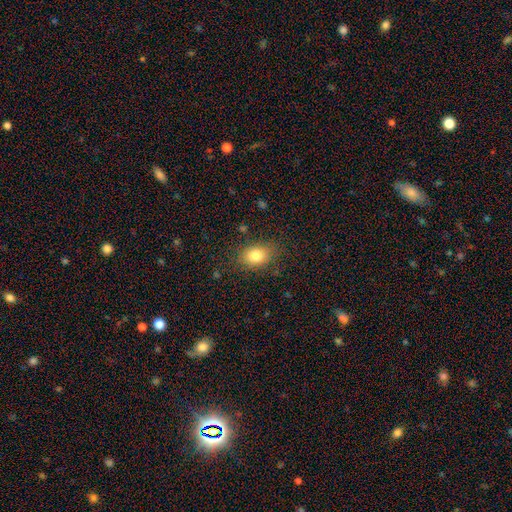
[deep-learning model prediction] Q: Smooth or featured?
A: smooth (81%); runner-up: star or artifact (10%)
Q: How rounded?
A: in between (72%); runner-up: round (26%)
Q: Merging?
A: none (81%); runner-up: minor disturbance (13%)